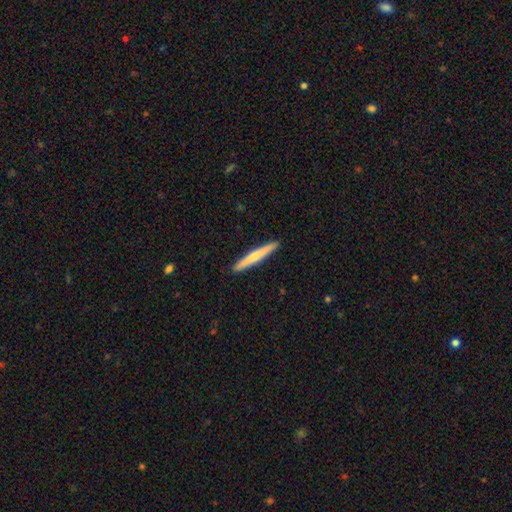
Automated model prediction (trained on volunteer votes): Smooth or featured? smooth (61%)
How rounded? cigar-shaped (96%)
Merging? none (92%)